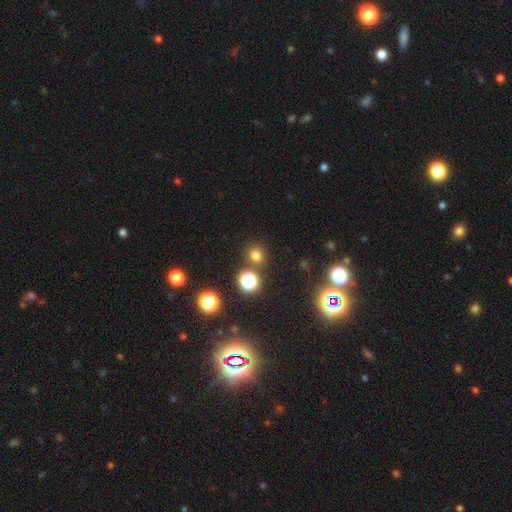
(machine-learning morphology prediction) A smooth galaxy with no disk features (71%) that is round (87%).

Vote fractions:
- Smooth or featured? smooth: 71% / star or artifact: 23% / featured or disk: 5%
- How rounded? round: 87% / in between: 12% / cigar-shaped: 1%
- Merging? none: 84% / minor disturbance: 7% / merger: 6% / major disturbance: 3%